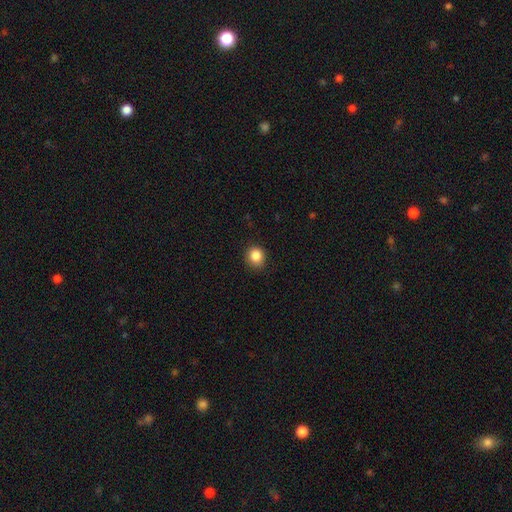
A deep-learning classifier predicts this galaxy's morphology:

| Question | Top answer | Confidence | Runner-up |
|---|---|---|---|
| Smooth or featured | smooth | 86% | star or artifact (10%) |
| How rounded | round | 80% | in between (19%) |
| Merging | none | 86% | minor disturbance (10%) |